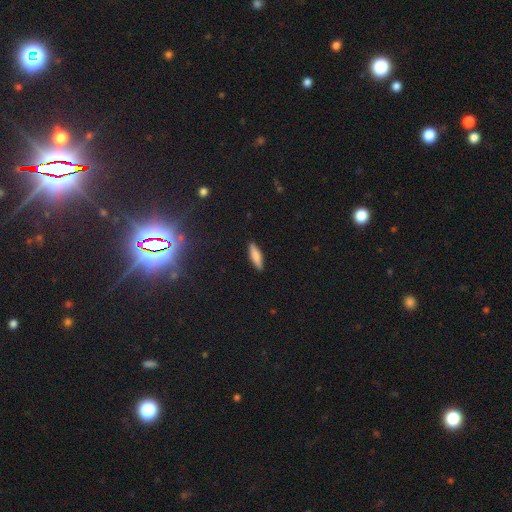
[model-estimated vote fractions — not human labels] A smooth galaxy with no disk features (81%) that is cigar-shaped (66%).

Vote fractions:
- Smooth or featured? smooth: 81% / featured or disk: 13% / star or artifact: 7%
- How rounded? cigar-shaped: 66% / in between: 32% / round: 2%
- Merging? none: 89% / minor disturbance: 8% / major disturbance: 2% / merger: 1%